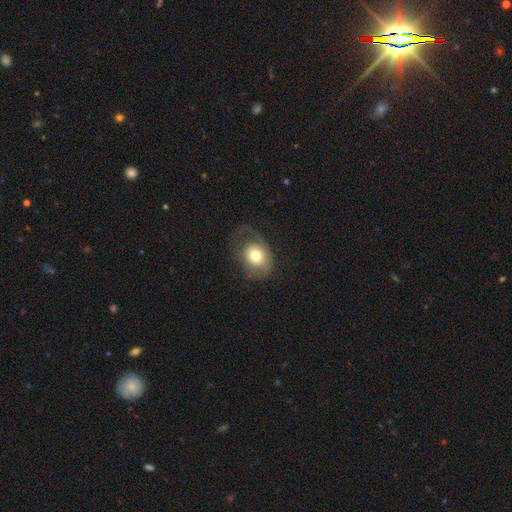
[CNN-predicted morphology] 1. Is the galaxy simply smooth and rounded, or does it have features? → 65% smooth, 26% featured or disk, 9% star or artifact.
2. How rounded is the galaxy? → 56% in between, 44% round, 1% cigar-shaped.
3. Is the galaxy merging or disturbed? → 46% none, 28% major disturbance, 25% minor disturbance, 1% merger.